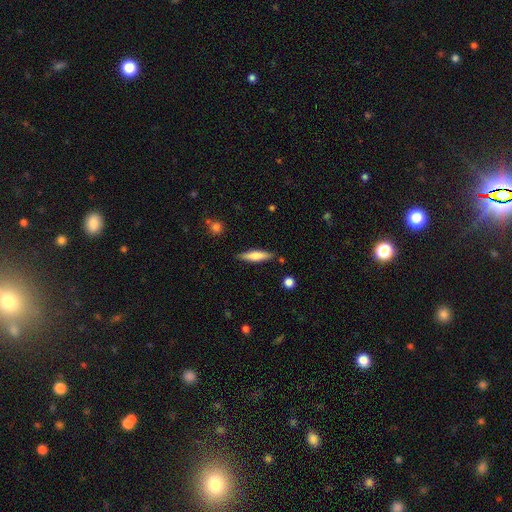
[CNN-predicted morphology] Smooth or featured?
  - smooth: 66% *
  - featured or disk: 28%
  - star or artifact: 6%
How rounded?
  - cigar-shaped: 76% *
  - in between: 23%
  - round: 2%
Merging?
  - none: 85% *
  - minor disturbance: 10%
  - merger: 2%
  - major disturbance: 2%